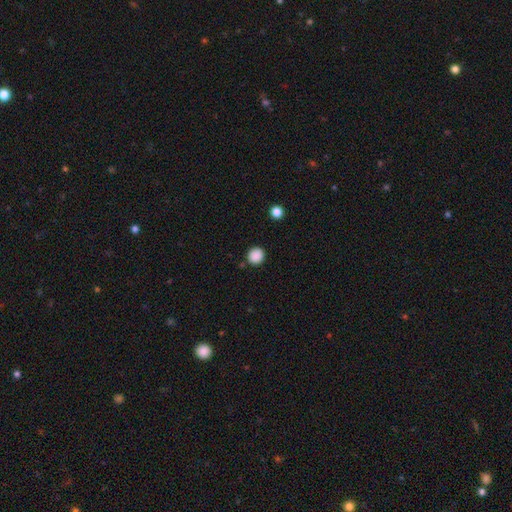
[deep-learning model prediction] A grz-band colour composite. It shows a smooth galaxy with no disk features (88%) that is round (91%). Merging: none (89%).